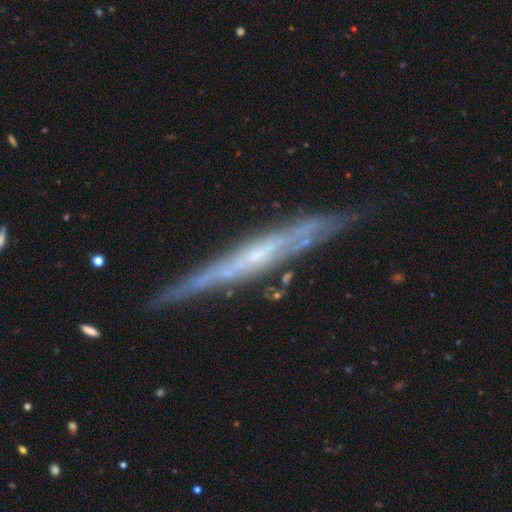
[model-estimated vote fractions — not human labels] Smooth or featured?
  - featured or disk: 79% *
  - smooth: 15%
  - star or artifact: 6%
Edge-on disk?
  - yes: 87% *
  - no: 13%
Edge-on bulge?
  - none: 62% *
  - rounded: 31%
  - boxy: 7%
Merging?
  - none: 79% *
  - minor disturbance: 16%
  - major disturbance: 3%
  - merger: 2%